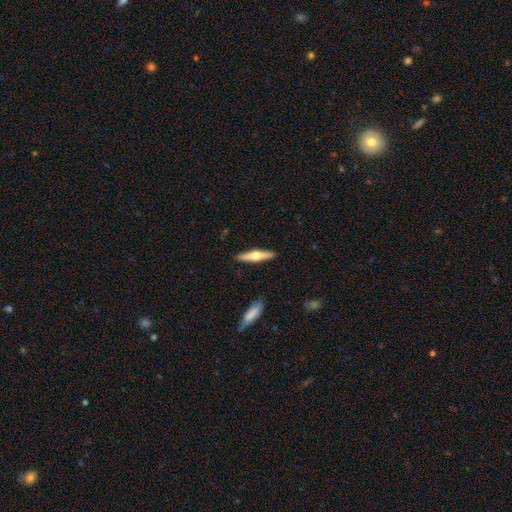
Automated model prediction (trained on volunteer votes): Smooth or featured: featured or disk — 55% (smooth — 40%)
Edge-on disk: yes — 95% (no — 5%)
Edge-on bulge: rounded — 94% (none — 3%)
Merging: none — 90% (minor disturbance — 7%)